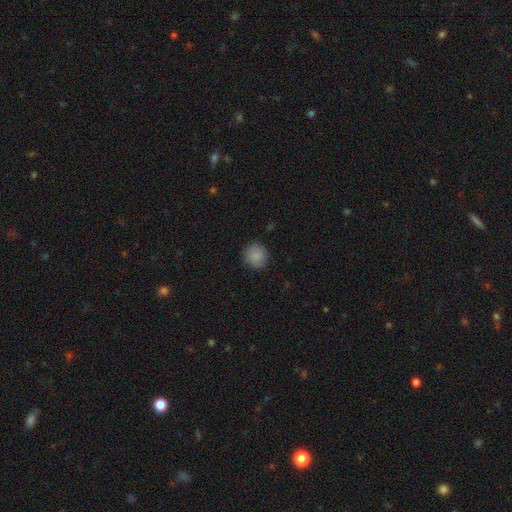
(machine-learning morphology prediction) Smooth or featured? smooth (87%)
How rounded? round (90%)
Merging? none (87%)